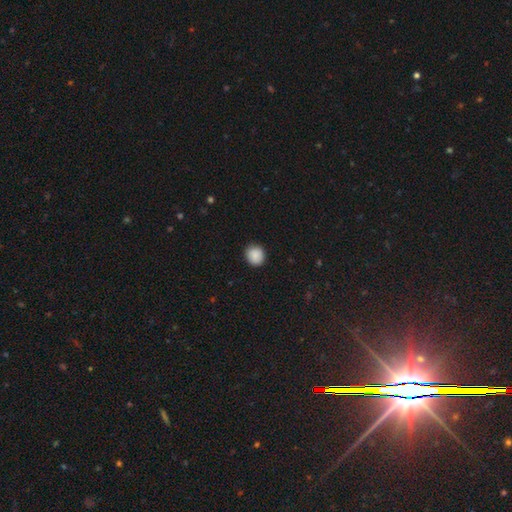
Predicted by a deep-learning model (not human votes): smooth_or_featured: smooth (p=0.89) [alt: star or artifact p=0.08]
how_rounded: round (p=0.85) [alt: in between p=0.15]
merging: none (p=0.89) [alt: minor disturbance p=0.08]